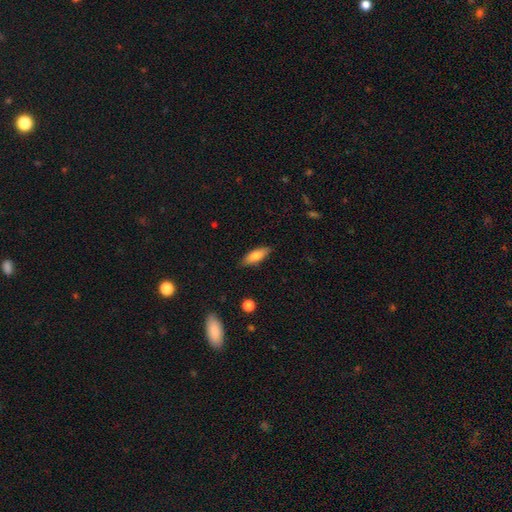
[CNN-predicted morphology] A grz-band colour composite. It shows a smooth galaxy with no disk features (76%) that is in between round and cigar-shaped (62%). Merging: none (86%).